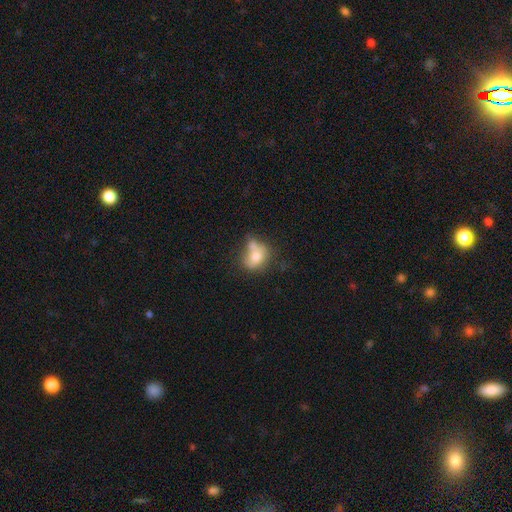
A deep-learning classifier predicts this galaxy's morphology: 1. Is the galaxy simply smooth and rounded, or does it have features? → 65% smooth, 24% featured or disk, 11% star or artifact.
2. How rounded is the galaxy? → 61% in between, 37% round, 2% cigar-shaped.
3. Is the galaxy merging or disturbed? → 36% merger, 31% none, 21% minor disturbance, 13% major disturbance.